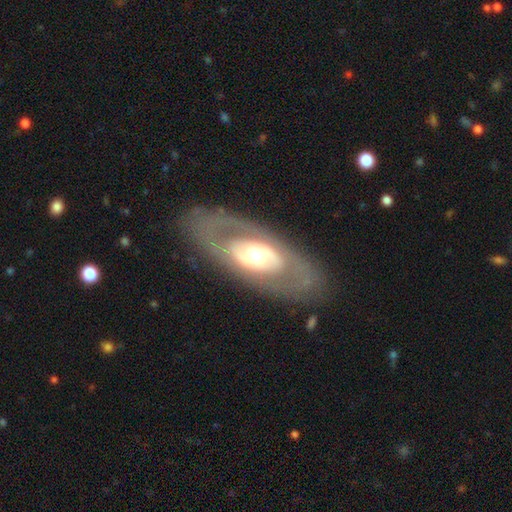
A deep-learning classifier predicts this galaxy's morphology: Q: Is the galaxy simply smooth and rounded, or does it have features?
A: featured or disk — 68%.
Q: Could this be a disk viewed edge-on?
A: no — 86%.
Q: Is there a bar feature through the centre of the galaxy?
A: no — 71%.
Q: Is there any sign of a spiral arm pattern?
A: no — 72%.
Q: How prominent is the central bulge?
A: moderate — 60%.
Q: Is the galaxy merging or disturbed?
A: none — 80%.